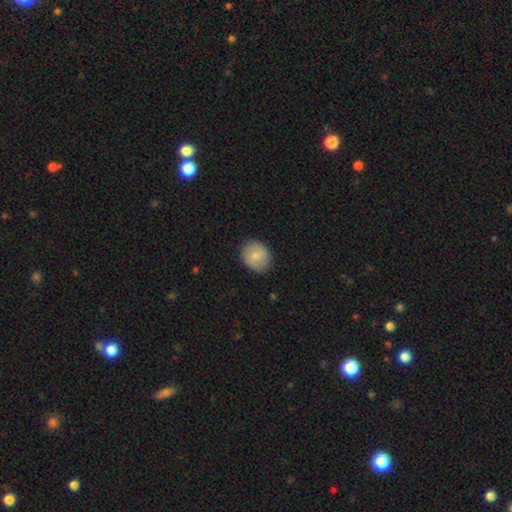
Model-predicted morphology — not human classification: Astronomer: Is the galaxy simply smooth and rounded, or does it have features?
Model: smooth — 78%.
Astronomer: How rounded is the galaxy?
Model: round — 79%.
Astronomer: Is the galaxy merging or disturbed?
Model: none — 85%.